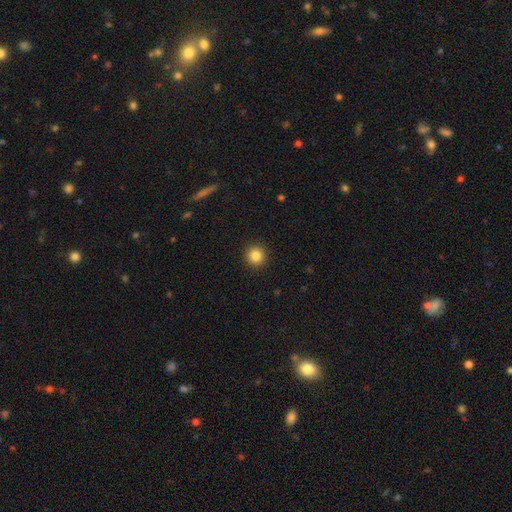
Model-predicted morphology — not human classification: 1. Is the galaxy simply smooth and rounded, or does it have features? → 86% smooth, 10% star or artifact, 4% featured or disk.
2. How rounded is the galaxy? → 95% round, 4% in between, 1% cigar-shaped.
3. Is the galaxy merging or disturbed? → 93% none, 5% minor disturbance, 2% major disturbance, 1% merger.